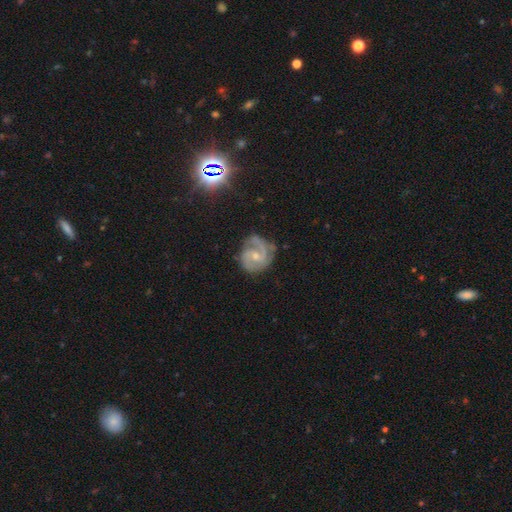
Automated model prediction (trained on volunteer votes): smooth_or_featured: featured or disk (p=0.87) [alt: smooth p=0.07]
disk_edge_on: no (p=0.98) [alt: yes p=0.02]
bar: no (p=0.45) [tied with: weak p=0.45]
has_spiral_arms: yes (p=0.97) [alt: no p=0.03]
spiral_winding: medium (p=0.48) [alt: tight p=0.42]
spiral_arm_count: 2 (p=0.75) [alt: 3 p=0.11]
bulge_size: small (p=0.58) [alt: moderate p=0.38]
merging: none (p=0.68) [alt: minor disturbance p=0.22]